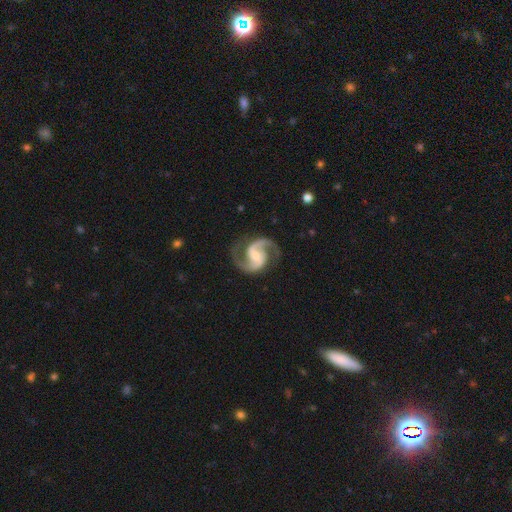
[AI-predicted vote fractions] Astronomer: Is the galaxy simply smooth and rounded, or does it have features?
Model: featured or disk — 93%.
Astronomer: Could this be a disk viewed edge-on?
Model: no — 98%.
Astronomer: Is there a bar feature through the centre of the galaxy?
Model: weak — 43% (runner-up: no, 40%).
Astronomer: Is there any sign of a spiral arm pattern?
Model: yes — 98%.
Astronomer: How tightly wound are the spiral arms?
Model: medium — 65%.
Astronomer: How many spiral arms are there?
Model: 2 — 94%.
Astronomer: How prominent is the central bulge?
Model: moderate — 47% (runner-up: small, 42%).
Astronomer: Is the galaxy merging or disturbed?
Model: none — 81%.